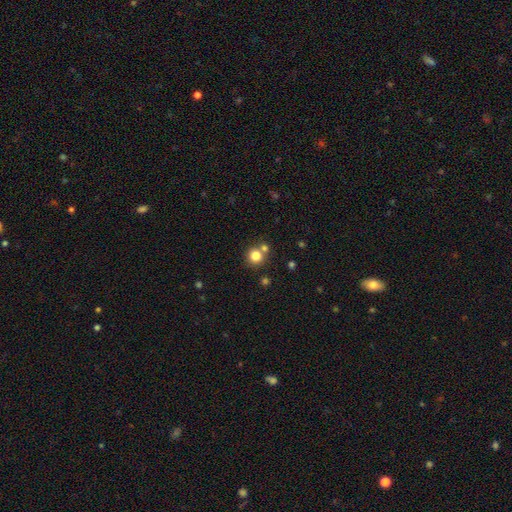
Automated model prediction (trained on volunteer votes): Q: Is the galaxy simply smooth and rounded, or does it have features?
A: smooth — 81%.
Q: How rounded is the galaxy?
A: round — 90%.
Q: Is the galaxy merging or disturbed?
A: none — 66%.